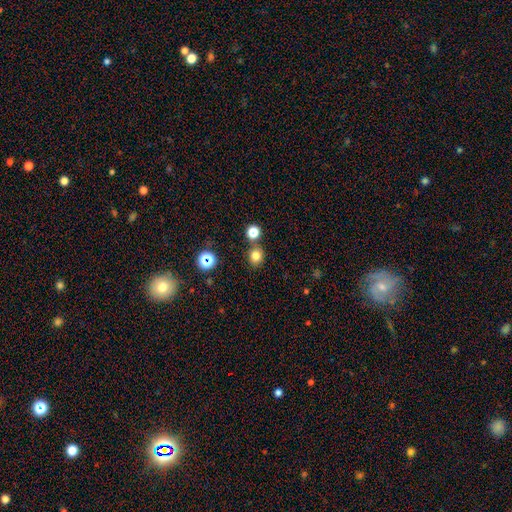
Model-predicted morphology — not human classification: smooth 78%, star or artifact 16%, featured or disk 6%. Down the decision tree: how rounded — round (72%); merging — none (73%).